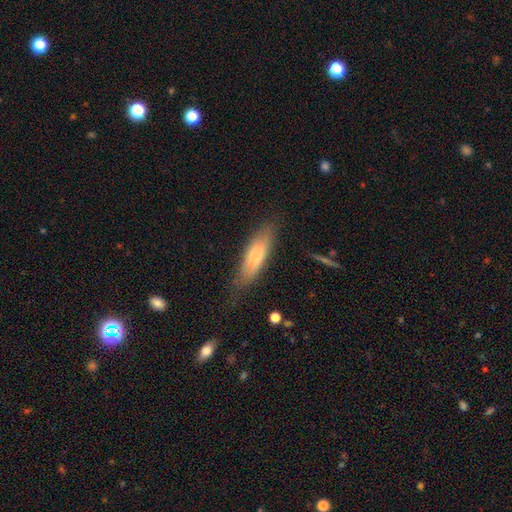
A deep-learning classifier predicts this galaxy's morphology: Smooth or featured: smooth — 64% (featured or disk — 29%)
How rounded: cigar-shaped — 58% (in between — 40%)
Merging: none — 68% (minor disturbance — 23%)